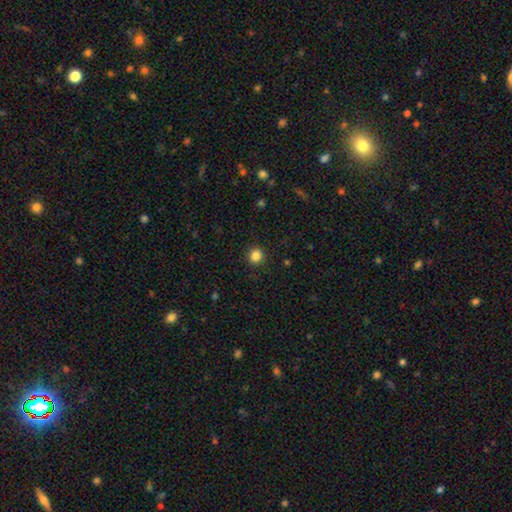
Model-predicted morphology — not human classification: This appears to be a smooth galaxy with no disk features (84%) that is round (94%). Merging: none (92%).